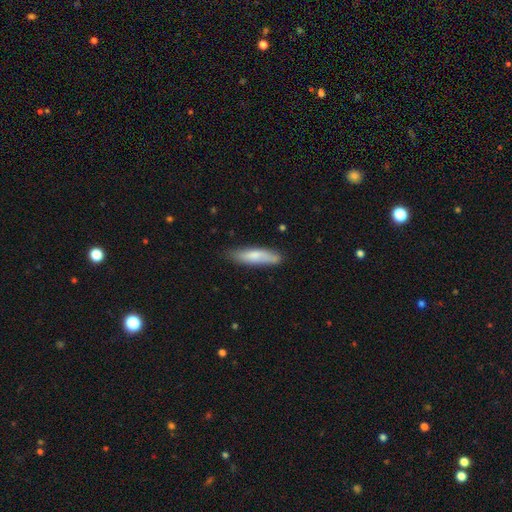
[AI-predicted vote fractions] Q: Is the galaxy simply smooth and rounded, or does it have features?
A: smooth — 75%.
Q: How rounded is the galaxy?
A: cigar-shaped — 71%.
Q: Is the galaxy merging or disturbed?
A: none — 75%.